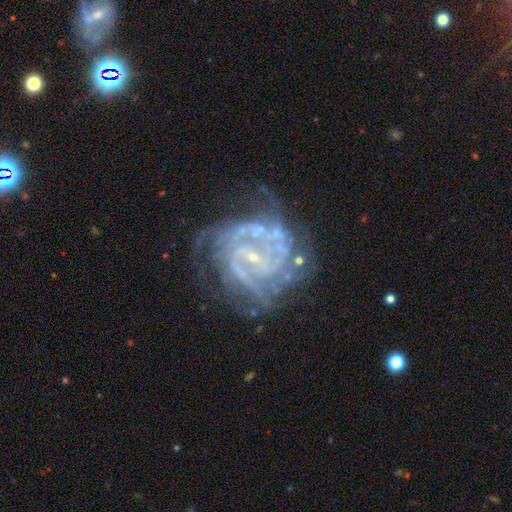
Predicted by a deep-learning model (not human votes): Smooth or featured? Predicted: featured or disk (p=0.89). Edge-on disk? Predicted: no (p=0.98). Bar? Predicted: no (p=0.44). Spiral arms? Predicted: yes (p=0.95). Spiral winding? Predicted: tight (p=0.62). Spiral arm count? Predicted: can't tell (p=0.26). Bulge size? Predicted: small (p=0.84). Merging? Predicted: none (p=0.54).